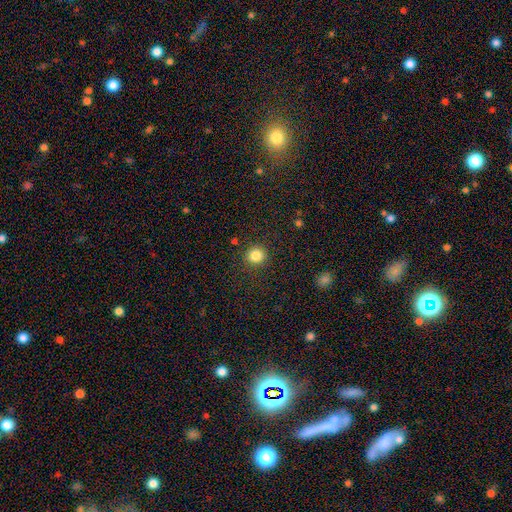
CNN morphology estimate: Smooth or featured: smooth — 84% (star or artifact — 12%)
How rounded: round — 92% (in between — 7%)
Merging: none — 89% (minor disturbance — 7%)